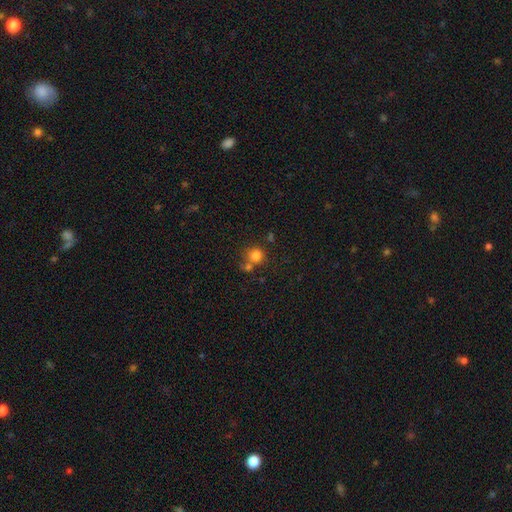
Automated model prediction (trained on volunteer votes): Smooth or featured?
  - smooth: 80% *
  - star or artifact: 12%
  - featured or disk: 8%
How rounded?
  - round: 86% *
  - in between: 13%
  - cigar-shaped: 1%
Merging?
  - none: 57% *
  - merger: 27%
  - minor disturbance: 11%
  - major disturbance: 5%